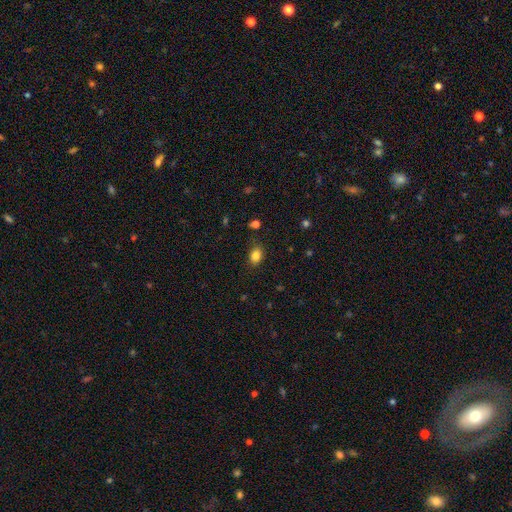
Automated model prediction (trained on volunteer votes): The model was most divided on "how rounded": in between: 70%, round: 29%, cigar-shaped: 1%. More confident: smooth or featured — smooth (83%); merging — none (80%).